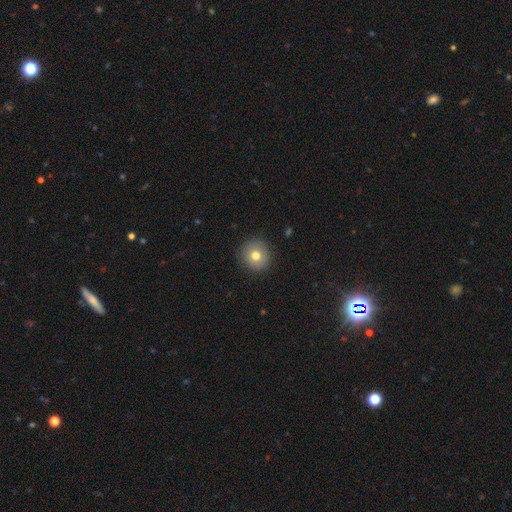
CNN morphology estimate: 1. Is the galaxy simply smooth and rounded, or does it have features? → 76% smooth, 13% featured or disk, 10% star or artifact.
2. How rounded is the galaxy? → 91% round, 8% in between, 1% cigar-shaped.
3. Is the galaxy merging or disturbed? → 89% none, 7% minor disturbance, 2% major disturbance, 1% merger.